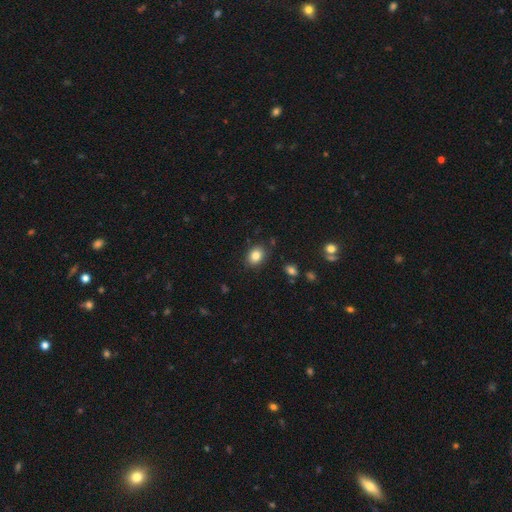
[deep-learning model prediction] The model was most divided on "how rounded": in between: 61%, round: 38%, cigar-shaped: 1%. More confident: merging — none (86%); smooth or featured — smooth (84%).